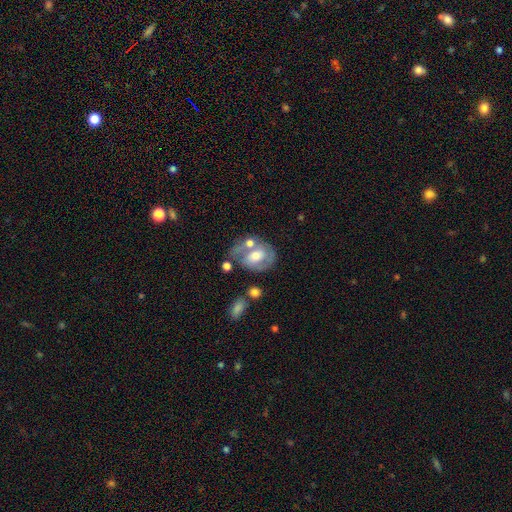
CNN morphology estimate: The model was most divided on "spiral arms": yes: 51%, no: 49%. Remaining: edge-on disk — no (95%); bulge size — moderate (64%); smooth or featured — featured or disk (57%); bar — no (56%); merging — none (43%).